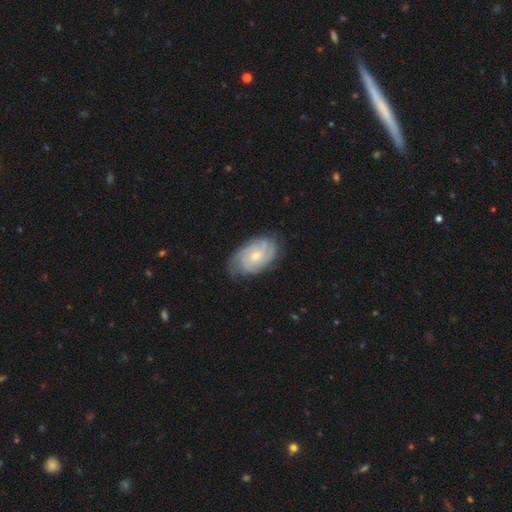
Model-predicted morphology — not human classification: Smooth or featured? featured or disk (79%)
Edge-on disk? no (96%)
Bar? no (67%)
Spiral arms? yes (96%)
Spiral winding? tight (67%)
Spiral arm count? can't tell (30%)
Bulge size? small (56%)
Merging? none (76%)